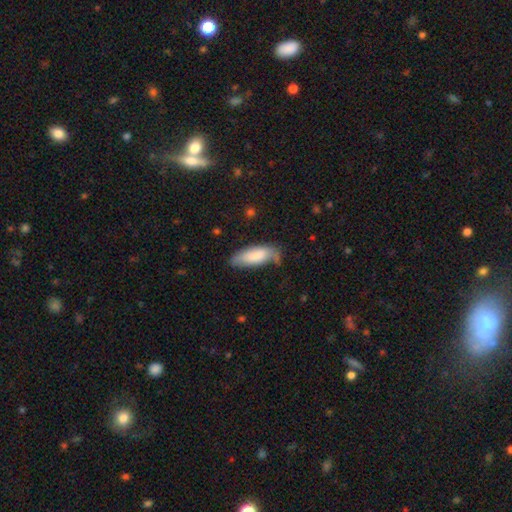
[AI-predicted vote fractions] The model was most divided on "merging": none: 55%, minor disturbance: 32%, major disturbance: 10%, merger: 4%. More confident: smooth or featured — smooth (81%); how rounded — in between (69%).